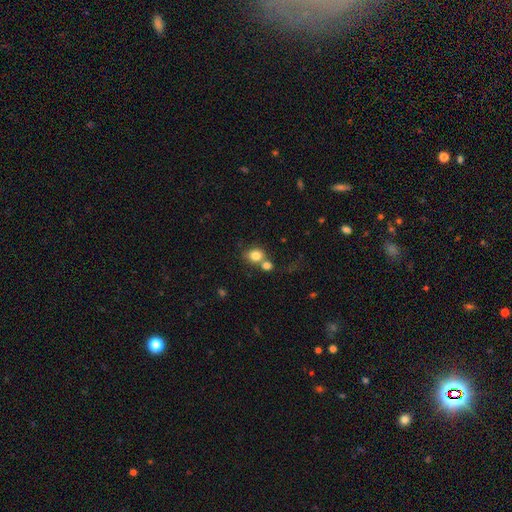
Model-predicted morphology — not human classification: type=smooth (81%); roundness=round (67%); merging=none (48%).